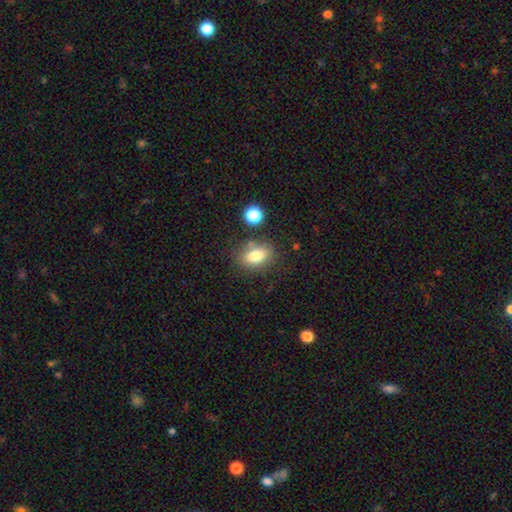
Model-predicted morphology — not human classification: This appears to be a smooth galaxy with no disk features (79%) that is in between round and cigar-shaped (80%). Merging: none (72%).